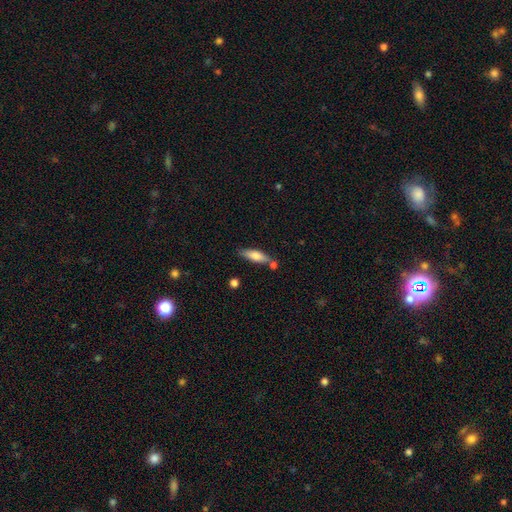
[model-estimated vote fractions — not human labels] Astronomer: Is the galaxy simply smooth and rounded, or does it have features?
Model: smooth — 66%.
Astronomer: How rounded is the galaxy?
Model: cigar-shaped — 54% (runner-up: in between, 44%).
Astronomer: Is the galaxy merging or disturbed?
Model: none — 69%.